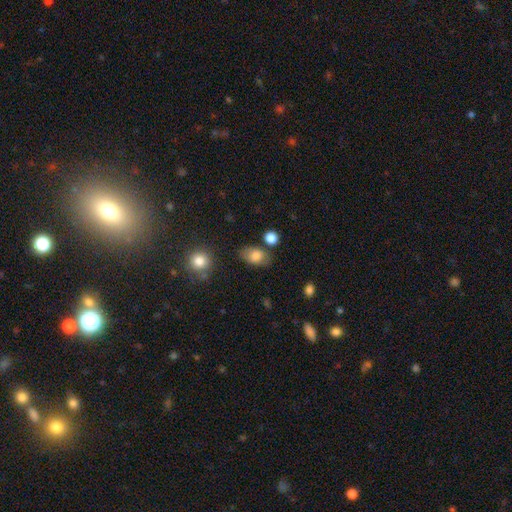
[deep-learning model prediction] Smooth or featured? smooth (80%)
How rounded? in between (85%)
Merging? none (72%)